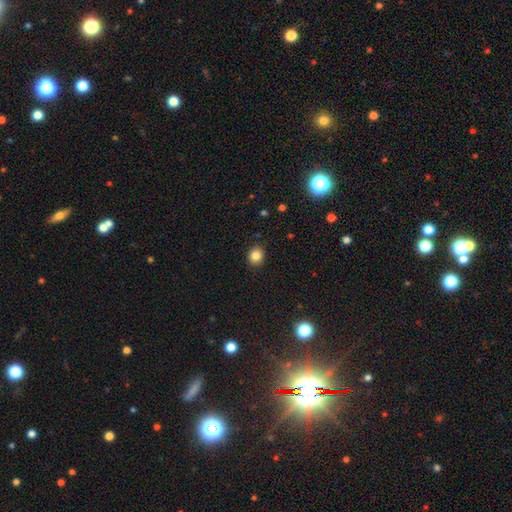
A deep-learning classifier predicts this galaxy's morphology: Smooth or featured: smooth — 84% (star or artifact — 11%)
How rounded: round — 78% (in between — 21%)
Merging: none — 90% (minor disturbance — 7%)